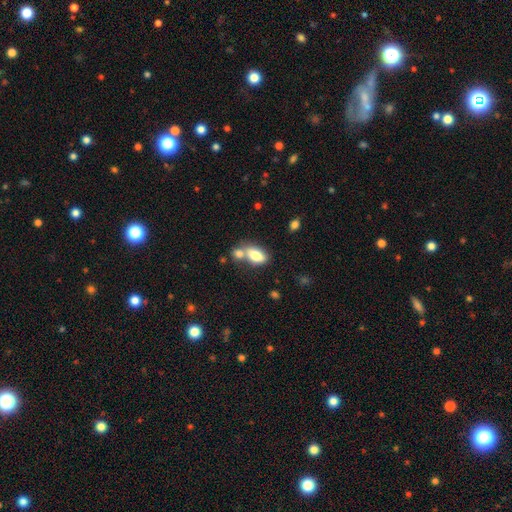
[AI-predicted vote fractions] Morphology: type=smooth (77%); roundness=in between (87%); merging=merger (47%).